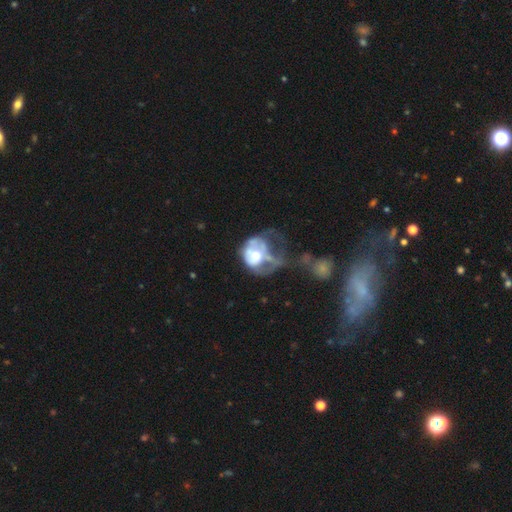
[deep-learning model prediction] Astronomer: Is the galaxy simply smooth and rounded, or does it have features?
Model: featured or disk — 54% (runner-up: smooth, 38%).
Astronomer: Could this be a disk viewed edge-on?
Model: no — 97%.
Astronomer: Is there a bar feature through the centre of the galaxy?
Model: no — 85%.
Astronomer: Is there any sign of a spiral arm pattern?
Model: no — 79%.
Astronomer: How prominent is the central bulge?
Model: moderate — 63%.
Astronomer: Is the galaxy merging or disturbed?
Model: major disturbance — 53%.